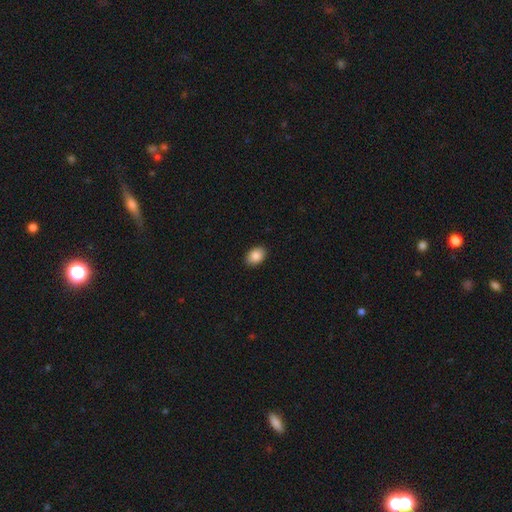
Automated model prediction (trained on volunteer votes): The model was most divided on "how rounded": in between: 83%, round: 16%, cigar-shaped: 1%. More confident: merging — none (90%); smooth or featured — smooth (87%).